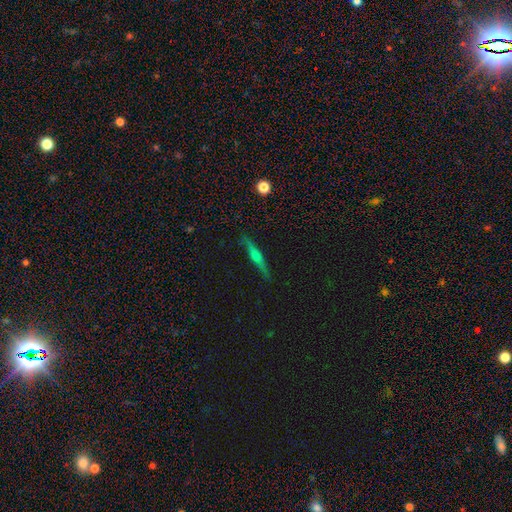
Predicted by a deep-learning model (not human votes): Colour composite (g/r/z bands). It shows a featured or disk galaxy (51%) viewed edge-on (95%). Merging: none (85%).